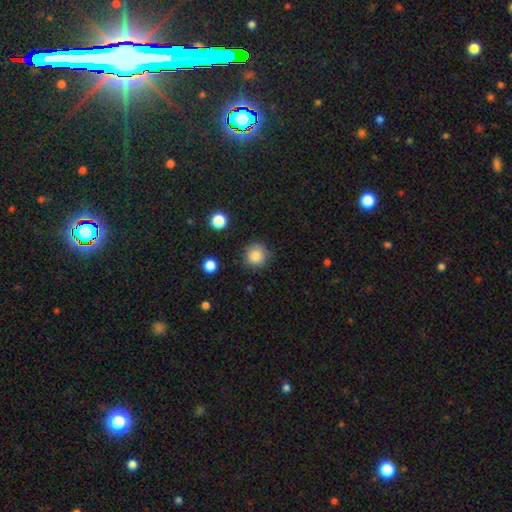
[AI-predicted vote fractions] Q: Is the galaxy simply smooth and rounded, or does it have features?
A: smooth — 86%.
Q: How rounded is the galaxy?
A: round — 94%.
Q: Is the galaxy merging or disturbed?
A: none — 88%.